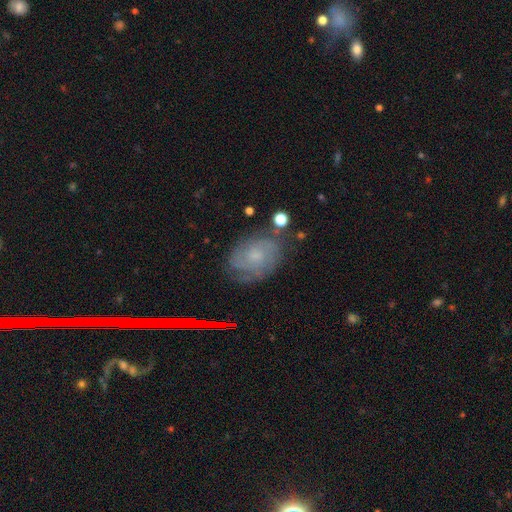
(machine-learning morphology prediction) The model was most divided on "spiral arm count": can't tell: 40%, 2: 30%, 3: 15%, 4: 6%, 1: 5%, more than 4: 4%. More confident: edge-on disk — no (96%); spiral arms — yes (89%); bar — no (73%); merging — none (72%); smooth or featured — featured or disk (64%); spiral winding — tight (59%); bulge size — small (53%).